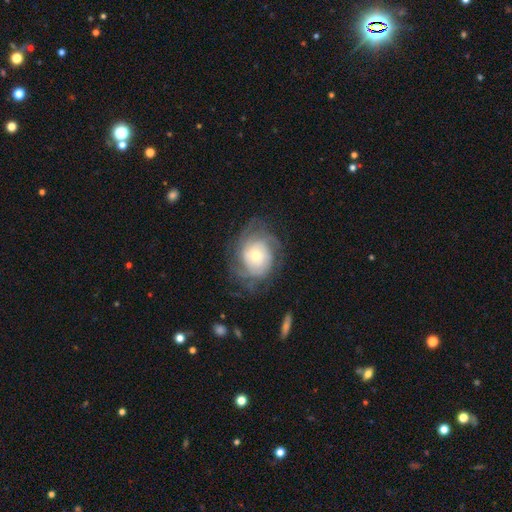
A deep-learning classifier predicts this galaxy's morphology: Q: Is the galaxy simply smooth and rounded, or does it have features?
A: featured or disk — 78%.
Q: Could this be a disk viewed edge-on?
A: no — 97%.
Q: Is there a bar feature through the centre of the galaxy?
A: no — 72%.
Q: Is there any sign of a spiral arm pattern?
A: yes — 91%.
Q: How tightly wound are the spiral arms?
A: tight — 64%.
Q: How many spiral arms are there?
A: can't tell — 42%.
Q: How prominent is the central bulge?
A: moderate — 48%.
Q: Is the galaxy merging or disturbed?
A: none — 67%.